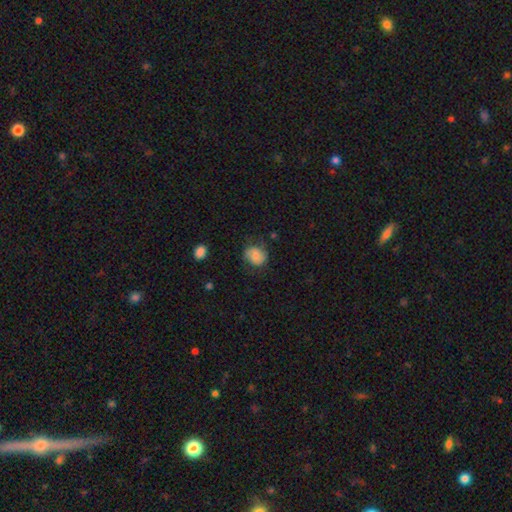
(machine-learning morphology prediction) Smooth or featured: smooth — 63% (featured or disk — 28%)
How rounded: round — 65% (in between — 34%)
Merging: none — 64% (minor disturbance — 25%)